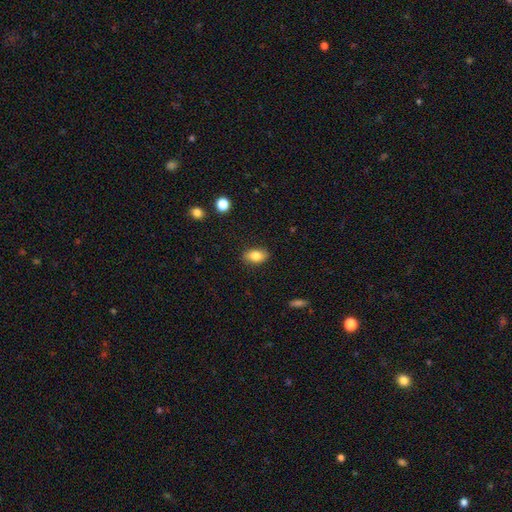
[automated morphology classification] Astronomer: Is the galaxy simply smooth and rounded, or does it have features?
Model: smooth — 84%.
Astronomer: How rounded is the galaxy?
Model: in between — 88%.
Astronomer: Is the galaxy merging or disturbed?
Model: none — 87%.